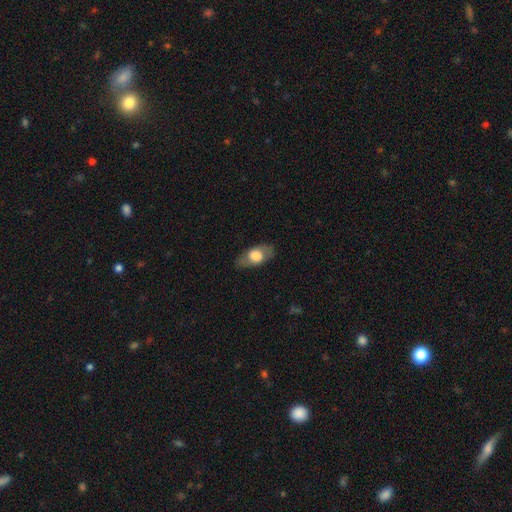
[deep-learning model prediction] This appears to be a smooth galaxy with no disk features (62%) that is in between round and cigar-shaped (84%). Merging: none (78%).